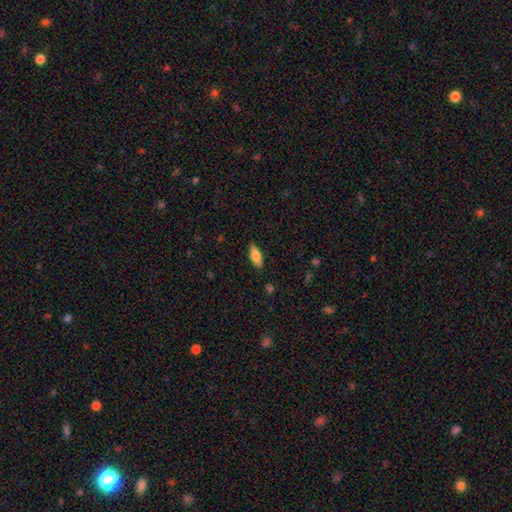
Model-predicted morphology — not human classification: Overall: smooth (82%). How rounded: in between (72%). Merging: none (87%).